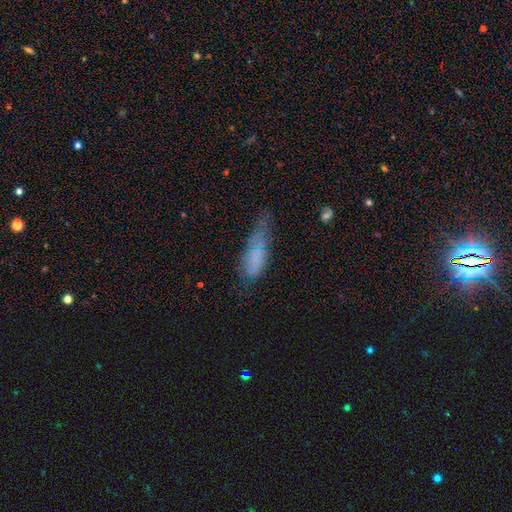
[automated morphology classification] Smooth or featured? Predicted: smooth (p=0.65). How rounded? Predicted: in between (p=0.50). Merging? Predicted: none (p=0.37).